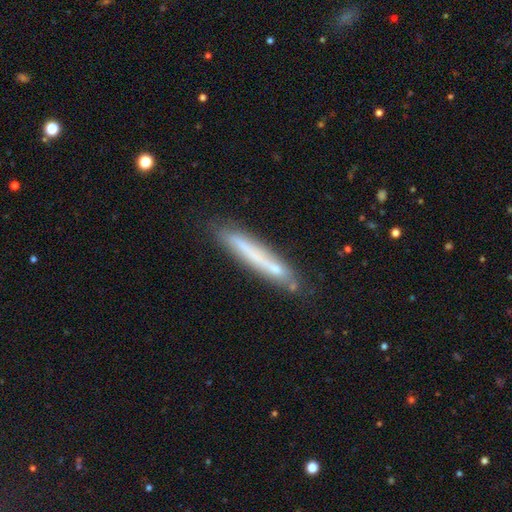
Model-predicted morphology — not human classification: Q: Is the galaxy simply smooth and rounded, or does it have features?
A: smooth — 53%.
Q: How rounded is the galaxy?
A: cigar-shaped — 95%.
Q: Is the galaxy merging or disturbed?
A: none — 76%.